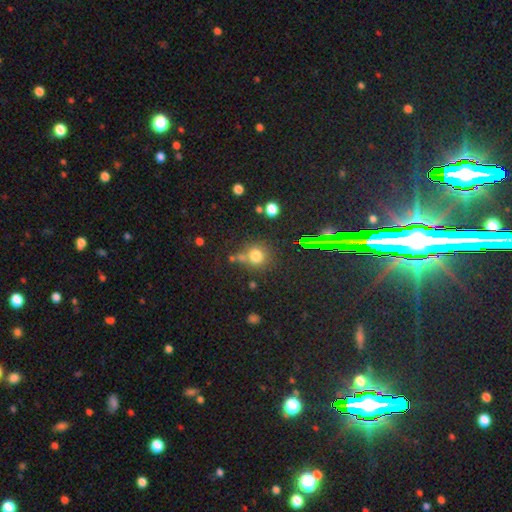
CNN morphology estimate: The model was most divided on "merging": none: 62%, merger: 17%, minor disturbance: 14%, major disturbance: 7%. More confident: how rounded — round (85%); smooth or featured — smooth (71%).